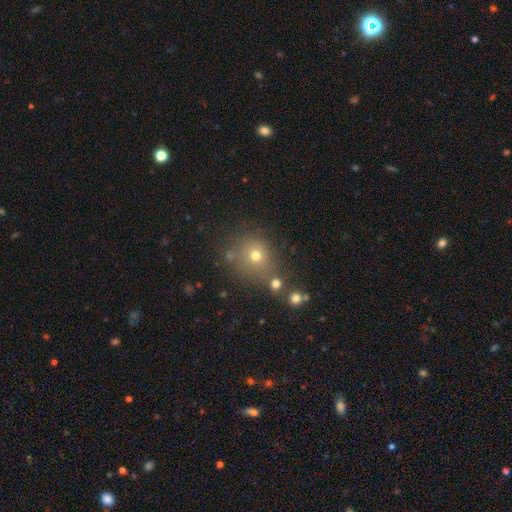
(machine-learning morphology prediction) The model was most divided on "smooth or featured": smooth: 68%, star or artifact: 20%, featured or disk: 12%. More confident: how rounded — round (78%); merging — none (66%).